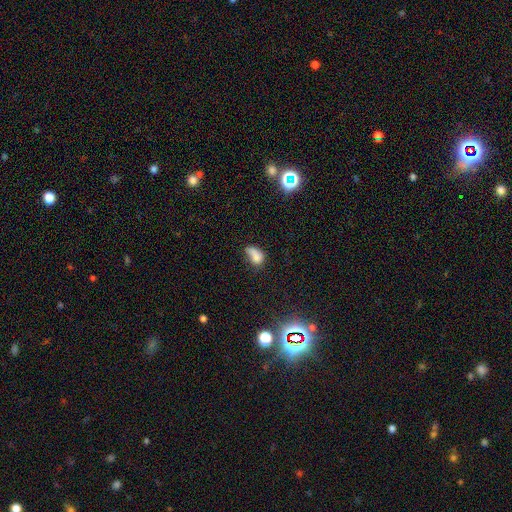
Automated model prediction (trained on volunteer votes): This appears to be a smooth galaxy with no disk features (71%) that is in between round and cigar-shaped (83%). Merging: none (32%).